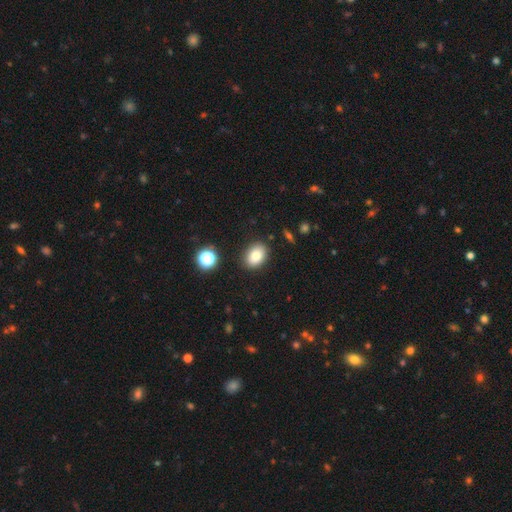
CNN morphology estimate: The model was most divided on "how rounded": in between: 69%, round: 30%, cigar-shaped: 1%. More confident: merging — none (87%); smooth or featured — smooth (80%).